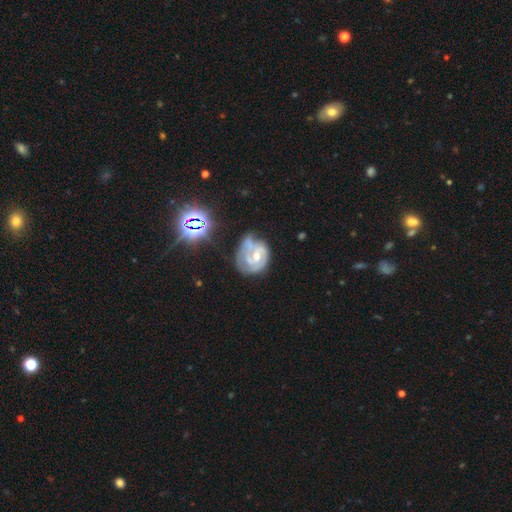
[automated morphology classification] Q: Smooth or featured?
A: featured or disk (76%); runner-up: smooth (16%)
Q: Edge-on disk?
A: no (98%); runner-up: yes (2%)
Q: Bar?
A: no (50%); runner-up: weak (41%)
Q: Spiral arms?
A: yes (84%); runner-up: no (16%)
Q: Spiral winding?
A: tight (50%); runner-up: medium (37%)
Q: Spiral arm count?
A: 2 (46%); runner-up: can't tell (25%)
Q: Bulge size?
A: moderate (55%); runner-up: small (36%)
Q: Merging?
A: none (34%); runner-up: minor disturbance (31%)